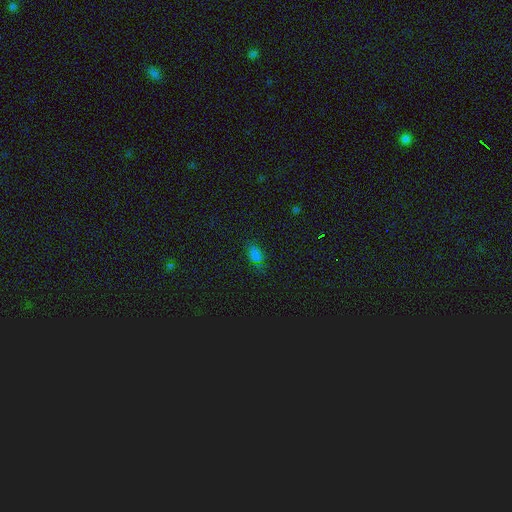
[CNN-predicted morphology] Smooth or featured: smooth — 68% (star or artifact — 26%)
How rounded: in between — 89% (round — 8%)
Merging: none — 71% (minor disturbance — 20%)